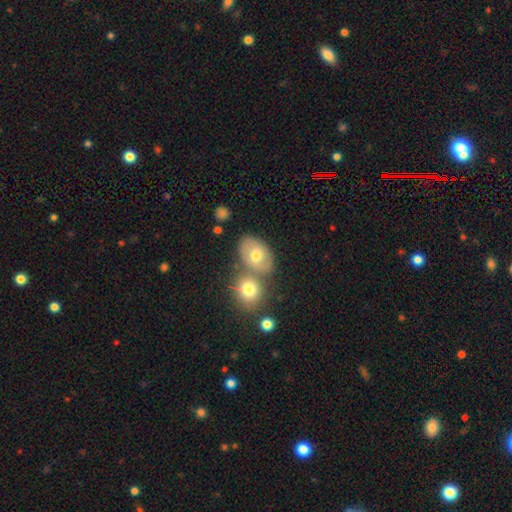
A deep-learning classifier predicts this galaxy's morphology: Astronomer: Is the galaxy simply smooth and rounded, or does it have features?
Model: smooth — 56% (runner-up: featured or disk, 31%).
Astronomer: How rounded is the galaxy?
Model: in between — 72%.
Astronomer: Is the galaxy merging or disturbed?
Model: none — 50% (runner-up: merger, 34%).